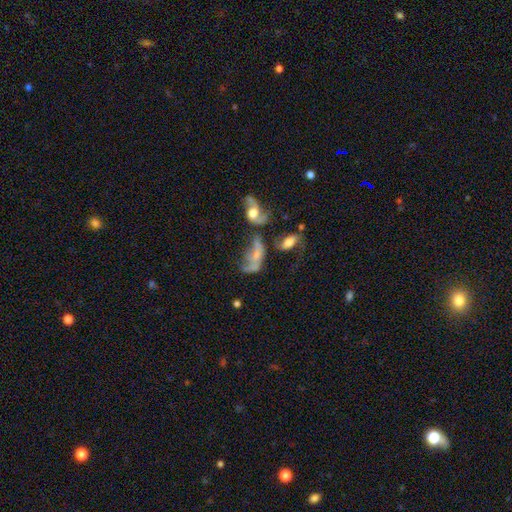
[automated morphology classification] This is possibly a featured or disk galaxy (49%). Merging: marginally merger (38%).